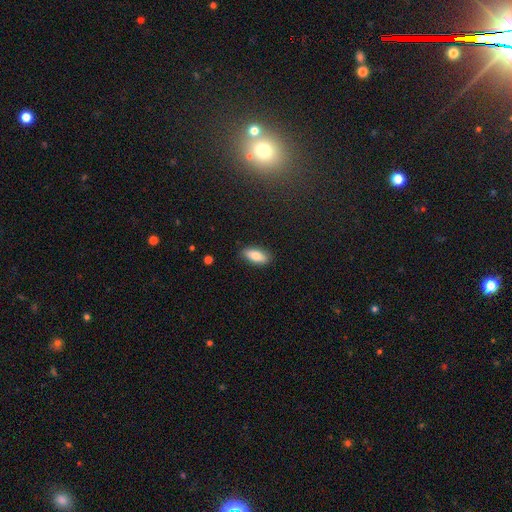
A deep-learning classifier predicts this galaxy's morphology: smooth 79%, featured or disk 14%, star or artifact 7%. Down the decision tree: how rounded — in between (85%); merging — none (87%).